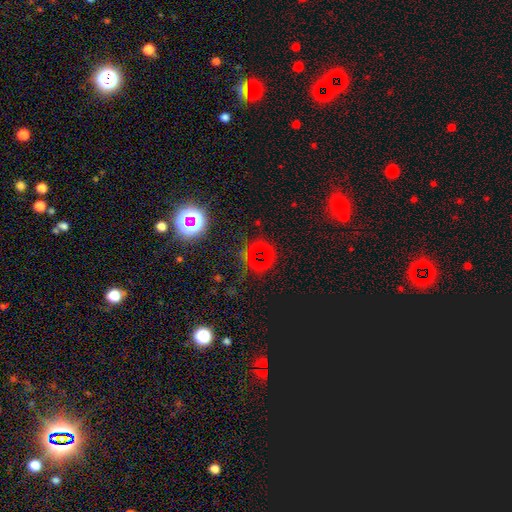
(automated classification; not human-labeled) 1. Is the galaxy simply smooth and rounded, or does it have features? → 70% star or artifact, 21% smooth, 9% featured or disk.